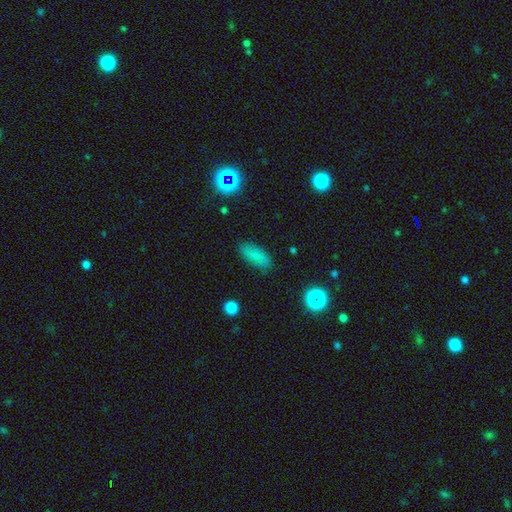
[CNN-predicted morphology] Smooth or featured? Predicted: smooth (p=0.80). How rounded? Predicted: in between (p=0.80). Merging? Predicted: none (p=0.83).